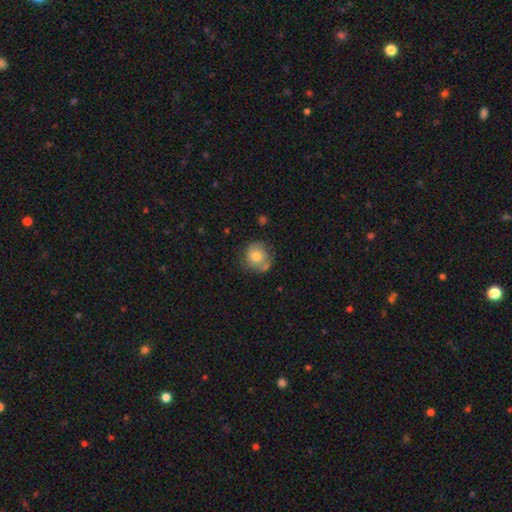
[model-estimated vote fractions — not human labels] A smooth galaxy with no disk features (68%) that is round (85%).

Vote fractions:
- Smooth or featured? smooth: 68% / featured or disk: 23% / star or artifact: 9%
- How rounded? round: 85% / in between: 14% / cigar-shaped: 1%
- Merging? none: 62% / minor disturbance: 22% / merger: 10% / major disturbance: 6%